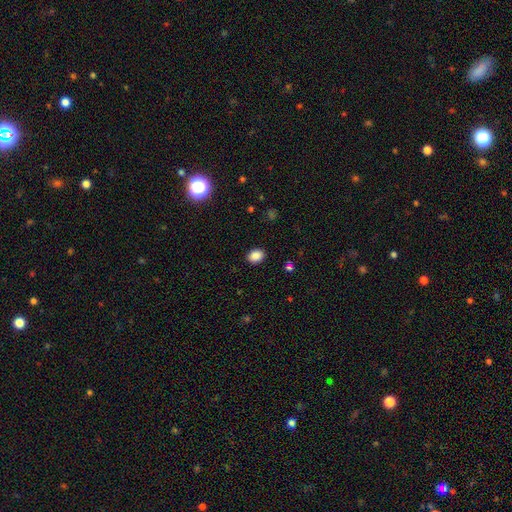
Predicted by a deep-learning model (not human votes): Morphology: type=smooth (88%); roundness=in between (62%); merging=none (89%).